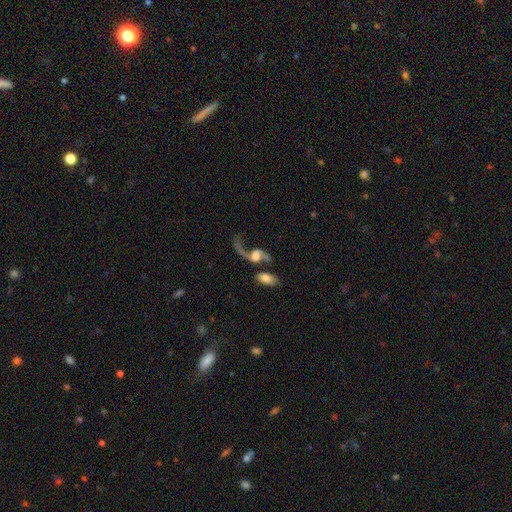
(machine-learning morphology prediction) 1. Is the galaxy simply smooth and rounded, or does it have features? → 68% featured or disk, 23% smooth, 9% star or artifact.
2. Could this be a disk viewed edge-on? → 94% no, 6% yes.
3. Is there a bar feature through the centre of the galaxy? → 61% no, 30% weak, 9% strong.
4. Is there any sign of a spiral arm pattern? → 84% yes, 16% no.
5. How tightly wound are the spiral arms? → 90% loose, 8% medium, 2% tight.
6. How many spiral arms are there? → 61% 2, 35% 1, 2% can't tell, 1% 3, 1% 4, 1% more than 4.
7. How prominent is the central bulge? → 38% moderate, 26% large, 19% small, 13% none, 5% dominant.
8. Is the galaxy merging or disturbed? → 38% merger, 26% none, 25% major disturbance, 11% minor disturbance.